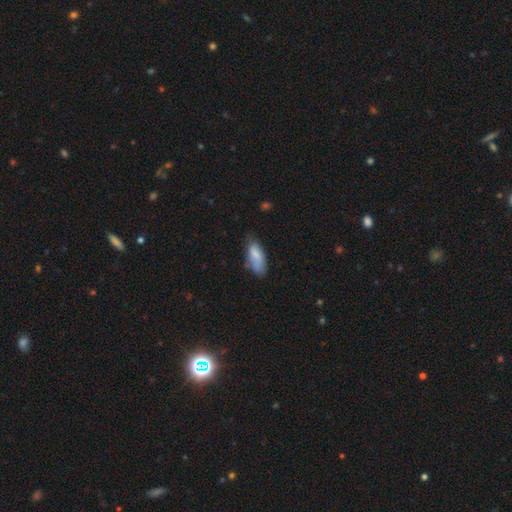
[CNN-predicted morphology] Overall: smooth (80%). How rounded: in between (81%). Merging: none (54%; minor disturbance 32%).